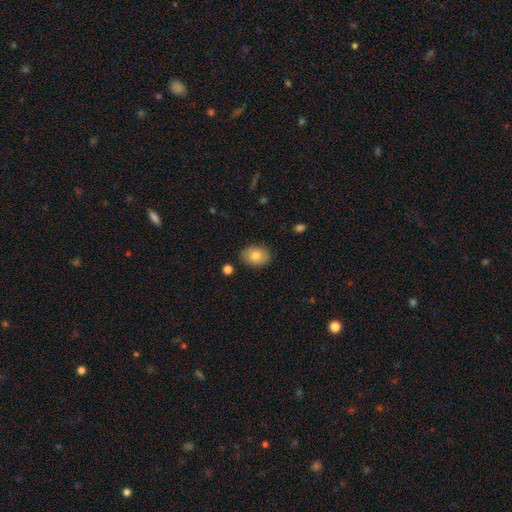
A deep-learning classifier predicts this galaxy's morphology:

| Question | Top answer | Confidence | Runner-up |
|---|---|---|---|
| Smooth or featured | smooth | 80% | featured or disk (12%) |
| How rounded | in between | 69% | round (30%) |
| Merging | none | 85% | minor disturbance (11%) |